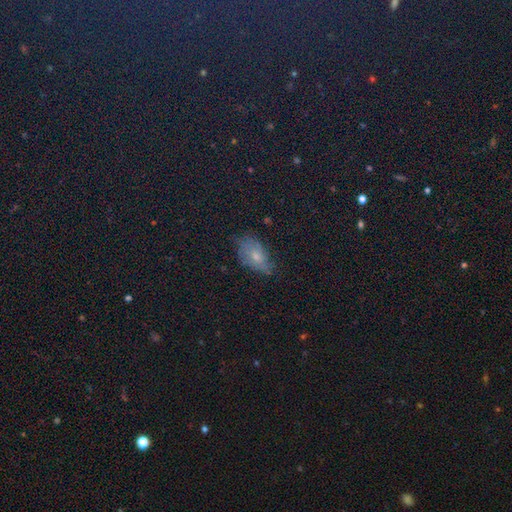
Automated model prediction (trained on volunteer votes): smooth_or_featured: smooth (p=0.47) [alt: featured or disk p=0.30]
merging: none (p=0.64) [alt: minor disturbance p=0.25]